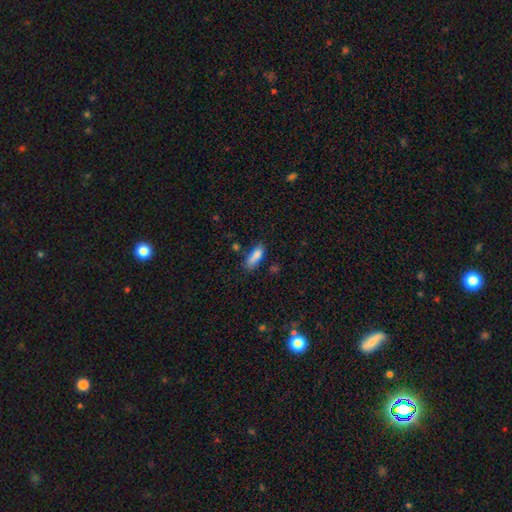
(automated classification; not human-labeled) A smooth galaxy with no disk features (82%) that is in between round and cigar-shaped (61%). Merging: none (57%).